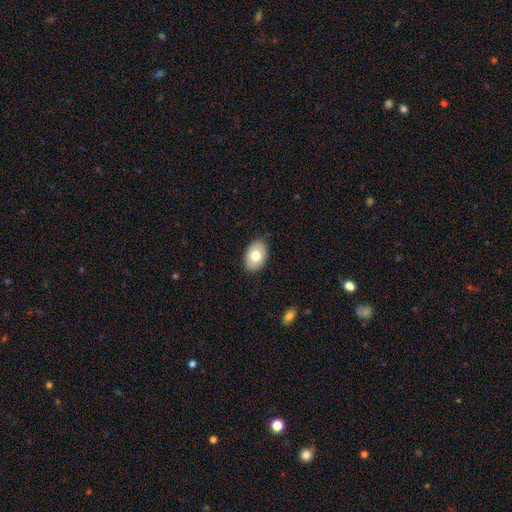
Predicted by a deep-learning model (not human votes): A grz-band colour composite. It shows a smooth galaxy with no disk features (74%) that is in between round and cigar-shaped (82%). Merging: none (88%).